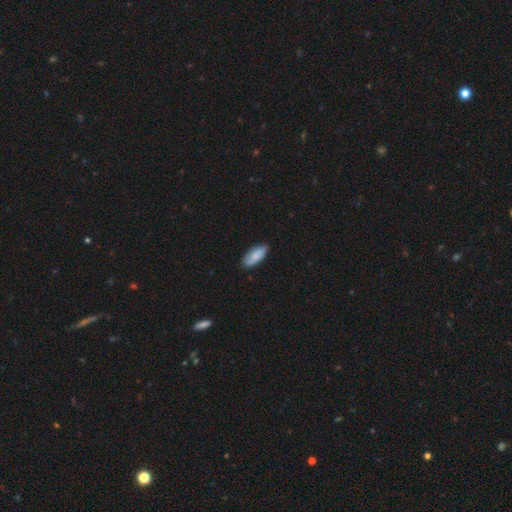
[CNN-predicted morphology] smooth_or_featured: smooth (p=0.81) [alt: featured or disk p=0.14]
how_rounded: in between (p=0.82) [alt: cigar-shaped p=0.16]
merging: none (p=0.83) [alt: minor disturbance p=0.14]